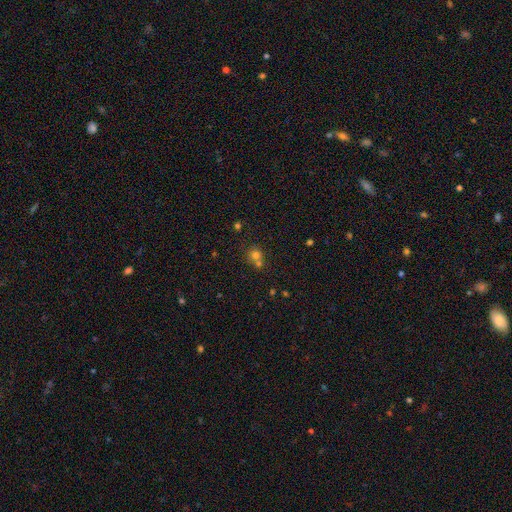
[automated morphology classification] Smooth or featured?
  - smooth: 68% *
  - star or artifact: 21%
  - featured or disk: 11%
How rounded?
  - round: 85% *
  - in between: 14%
  - cigar-shaped: 1%
Merging?
  - none: 50% *
  - merger: 40%
  - minor disturbance: 7%
  - major disturbance: 3%